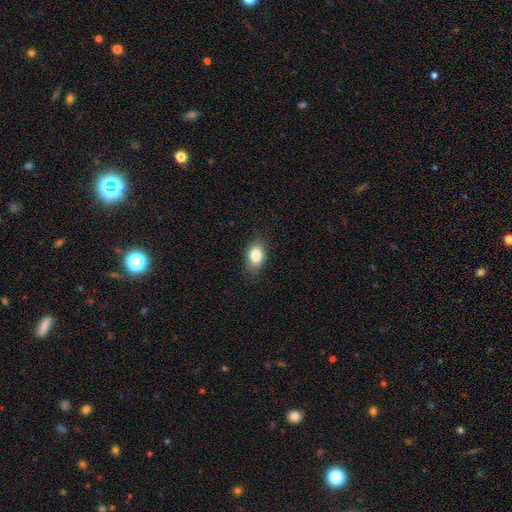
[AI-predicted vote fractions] Smooth or featured? Predicted: smooth (p=0.85). How rounded? Predicted: in between (p=0.84). Merging? Predicted: none (p=0.81).